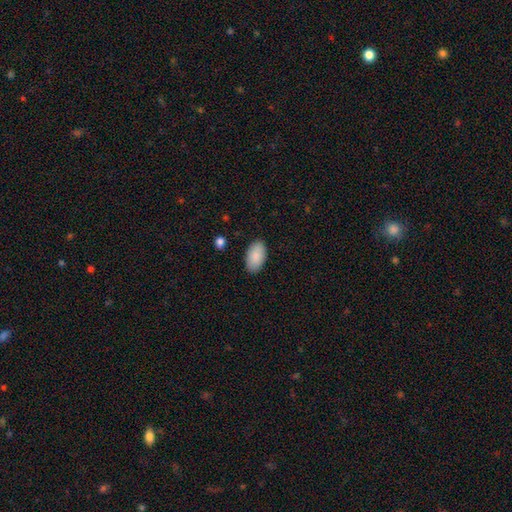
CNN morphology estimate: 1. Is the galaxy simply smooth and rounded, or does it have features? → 89% smooth, 6% star or artifact, 5% featured or disk.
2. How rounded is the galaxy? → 95% in between, 3% round, 2% cigar-shaped.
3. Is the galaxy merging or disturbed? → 88% none, 9% minor disturbance, 2% major disturbance, 1% merger.